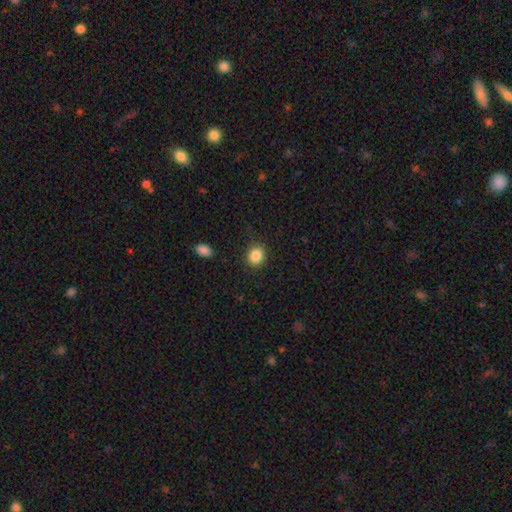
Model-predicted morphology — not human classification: smooth-or-featured: smooth: 86% | star or artifact: 10% | featured or disk: 4%
  how-rounded: round: 72% | in between: 27% | cigar-shaped: 1%
  merging: none: 88% | minor disturbance: 8% | major disturbance: 3% | merger: 1%